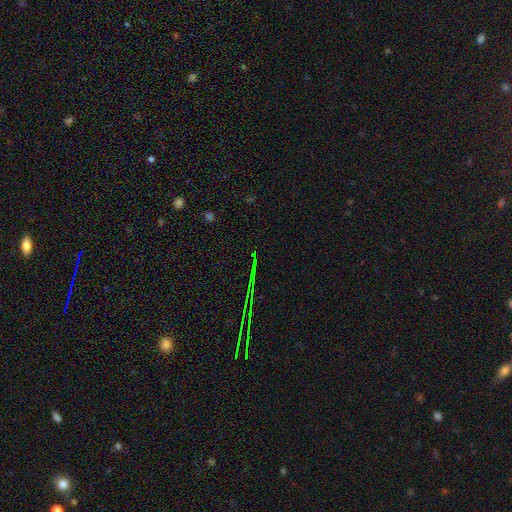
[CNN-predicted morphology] star or artifact 77%, smooth 12%, featured or disk 11%.